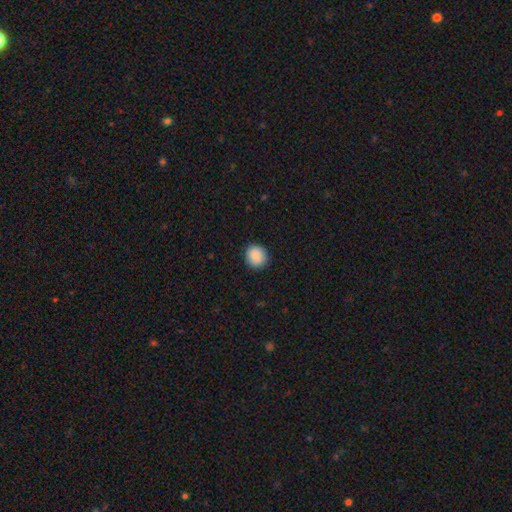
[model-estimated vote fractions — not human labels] smooth-or-featured: smooth: 89% | star or artifact: 8% | featured or disk: 3%
  how-rounded: round: 90% | in between: 9% | cigar-shaped: 1%
  merging: none: 91% | minor disturbance: 7% | major disturbance: 2% | merger: 1%